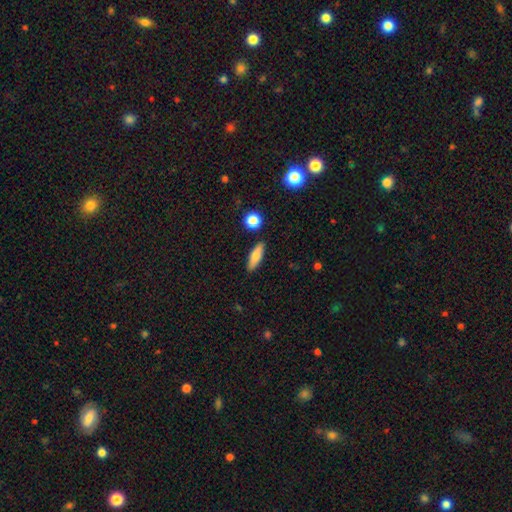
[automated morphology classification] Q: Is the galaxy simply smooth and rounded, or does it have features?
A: smooth — 76%.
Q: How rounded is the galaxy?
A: in between — 50%.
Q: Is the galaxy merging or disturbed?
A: none — 86%.